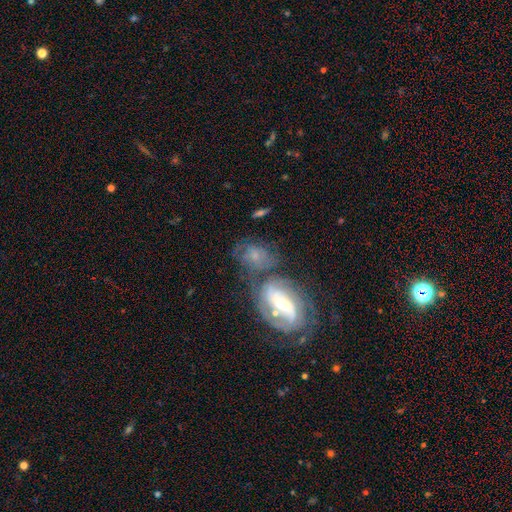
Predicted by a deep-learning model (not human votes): This appears to be a featured or disk galaxy (68%) with a weak bar (42%, tied with no), 2 (41%) medium (43%) spiral arms (89%) and a small central bulge (52%). Merging: none (39%, tied with merger).